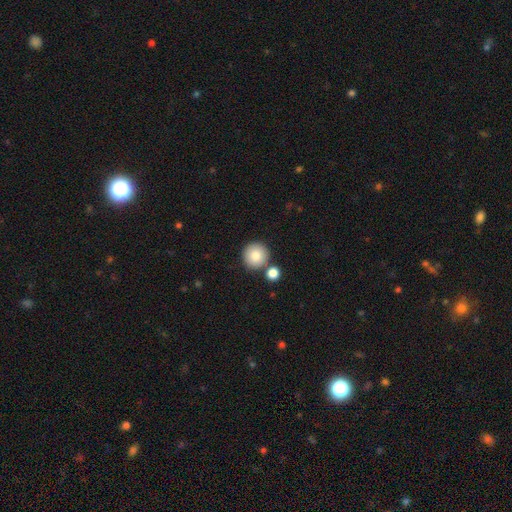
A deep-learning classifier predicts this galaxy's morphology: This appears to be a smooth galaxy with no disk features (85%) that is round (95%). Merging: none (78%).